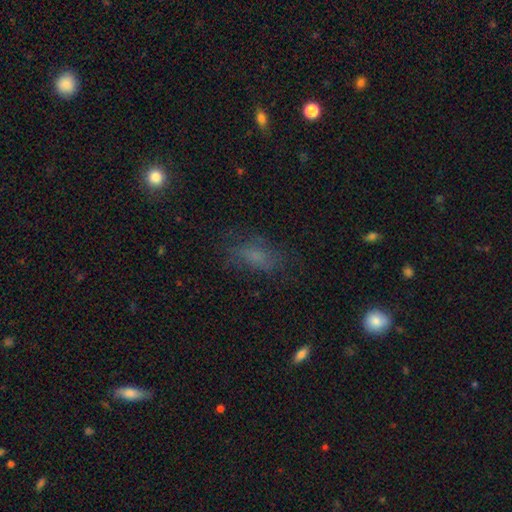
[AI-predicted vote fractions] Smooth or featured? smooth (60%)
How rounded? in between (78%)
Merging? none (65%)